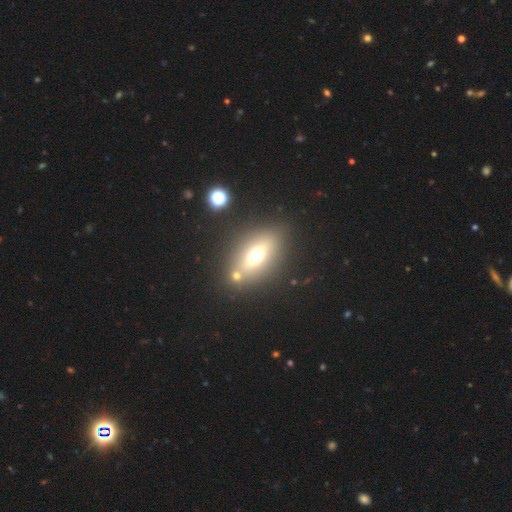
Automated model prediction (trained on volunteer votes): Overall: smooth (57%; featured or disk 29%). How rounded: in between (75%). Merging: none (73%).